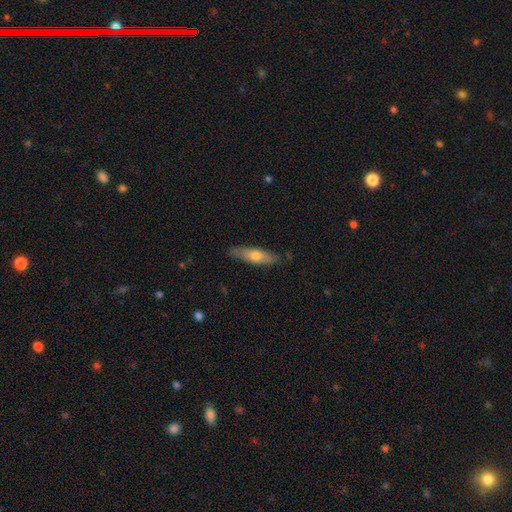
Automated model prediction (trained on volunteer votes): A smooth galaxy with no disk features (56%) that is cigar-shaped (68%). Merging: none (84%).